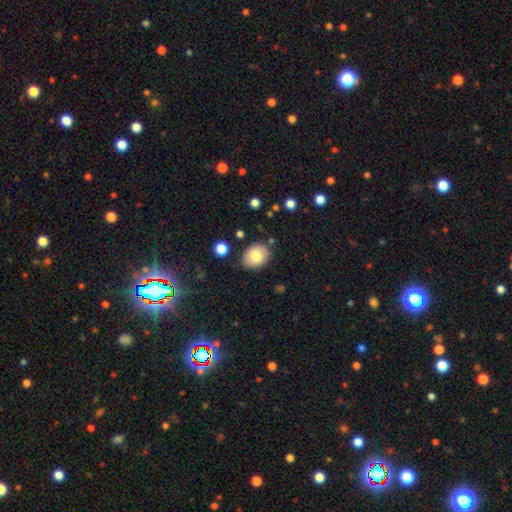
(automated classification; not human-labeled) Smooth or featured? Predicted: smooth (p=0.80). How rounded? Predicted: in between (p=0.55). Merging? Predicted: none (p=0.77).